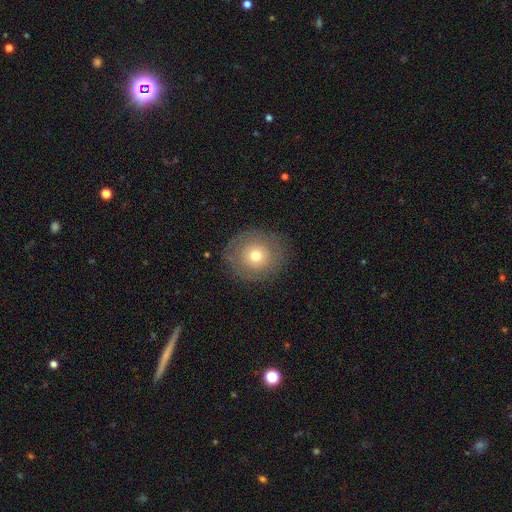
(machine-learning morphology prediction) smooth-or-featured: smooth: 66% | featured or disk: 23% | star or artifact: 11%
  how-rounded: round: 86% | in between: 13% | cigar-shaped: 1%
  merging: none: 84% | minor disturbance: 11% | major disturbance: 5% | merger: 1%